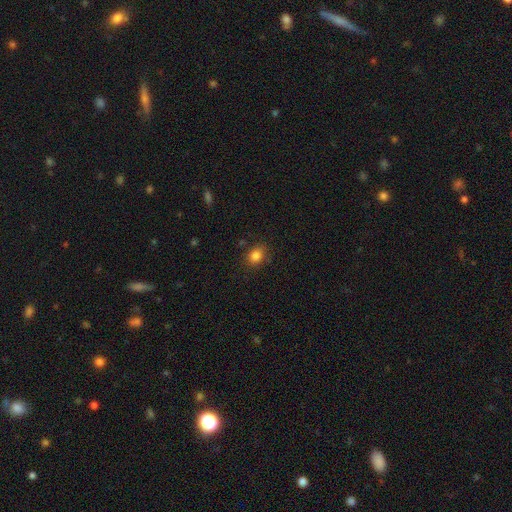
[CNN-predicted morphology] smooth_or_featured: smooth (p=0.84) [alt: star or artifact p=0.11]
how_rounded: round (p=0.57) [alt: in between p=0.42]
merging: none (p=0.82) [alt: minor disturbance p=0.13]